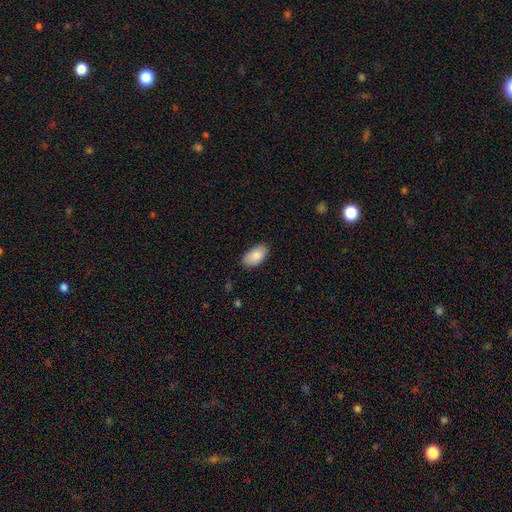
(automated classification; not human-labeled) smooth 87%, featured or disk 7%, star or artifact 6%. Down the decision tree: how rounded — in between (95%); merging — none (82%).